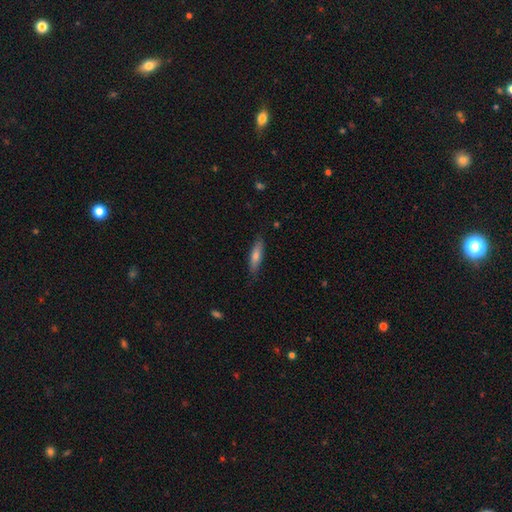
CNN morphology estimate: A smooth galaxy with no disk features (67%) that is cigar-shaped (74%).

Vote fractions:
- Smooth or featured? smooth: 67% / featured or disk: 27% / star or artifact: 6%
- How rounded? cigar-shaped: 74% / in between: 25% / round: 2%
- Merging? none: 83% / minor disturbance: 14% / major disturbance: 2% / merger: 1%